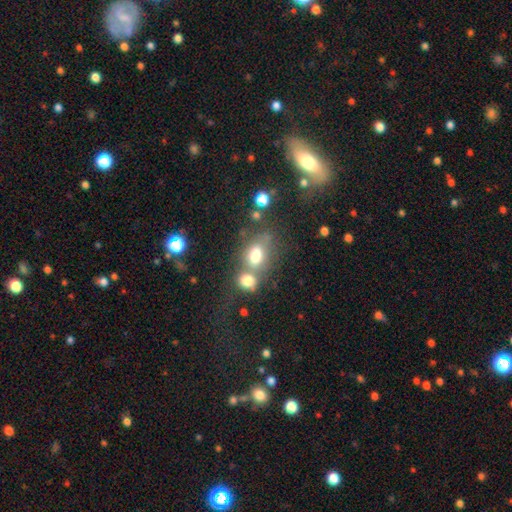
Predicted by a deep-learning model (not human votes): A smooth galaxy with no disk features (72%) that is in between round and cigar-shaped (67%).

Vote fractions:
- Smooth or featured? smooth: 72% / featured or disk: 15% / star or artifact: 12%
- How rounded? in between: 67% / round: 31% / cigar-shaped: 2%
- Merging? merger: 49% / none: 32% / minor disturbance: 11% / major disturbance: 8%